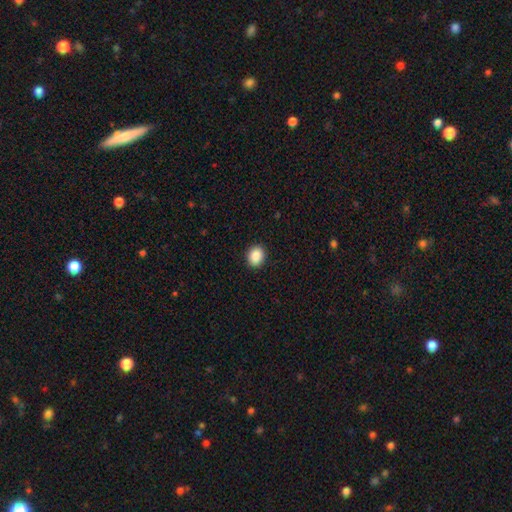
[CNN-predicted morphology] type=smooth (88%); roundness=round (54%); merging=none (91%).